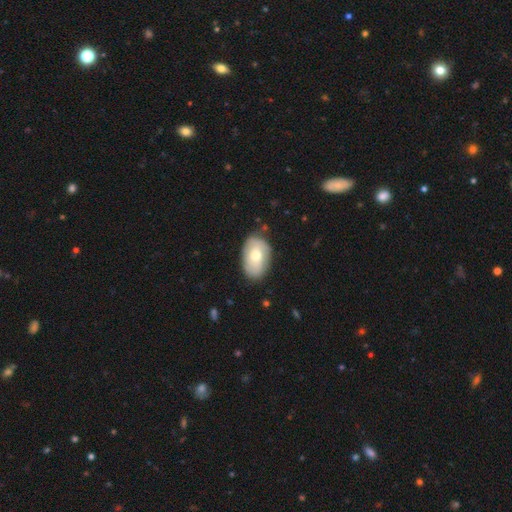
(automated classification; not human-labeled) smooth 58%, featured or disk 36%, star or artifact 6%. Down the decision tree: how rounded — in between (90%); merging — none (75%).